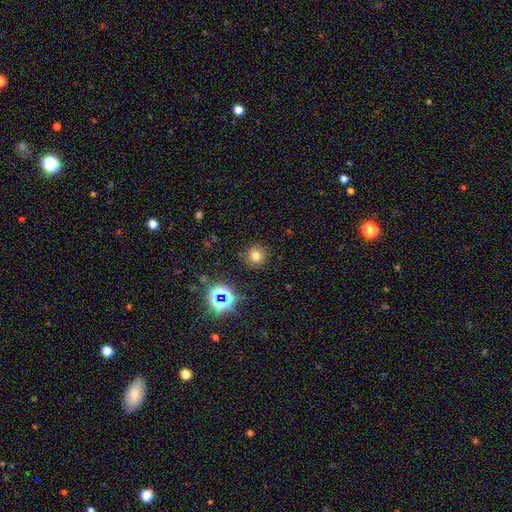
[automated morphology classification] Smooth or featured? smooth (71%)
How rounded? round (93%)
Merging? none (89%)